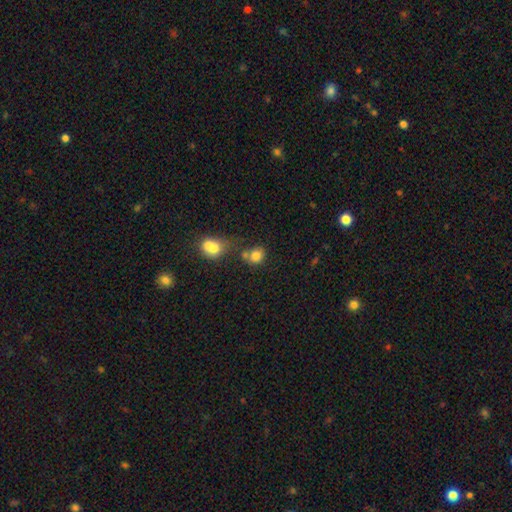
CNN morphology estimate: This appears to be a smooth galaxy with no disk features (80%) that is round (73%). Merging: none (48%).